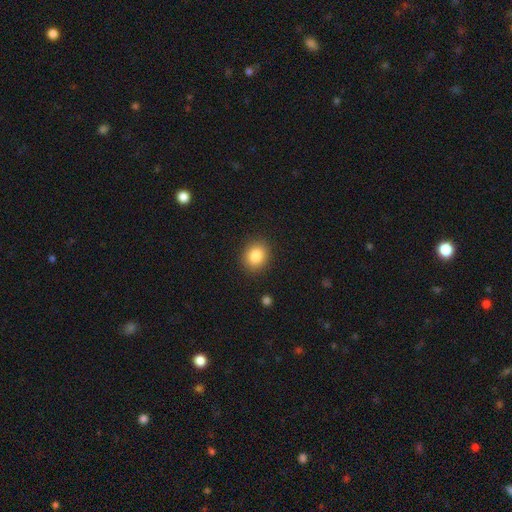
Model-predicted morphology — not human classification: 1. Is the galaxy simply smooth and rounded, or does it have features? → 85% smooth, 9% star or artifact, 6% featured or disk.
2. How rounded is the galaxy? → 68% round, 31% in between, 1% cigar-shaped.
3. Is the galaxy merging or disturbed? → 89% none, 7% minor disturbance, 2% major disturbance, 1% merger.